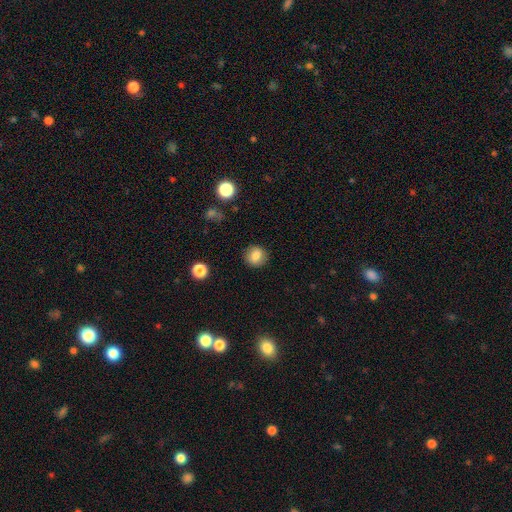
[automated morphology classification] type=smooth (83%); roundness=round (83%); merging=none (88%).